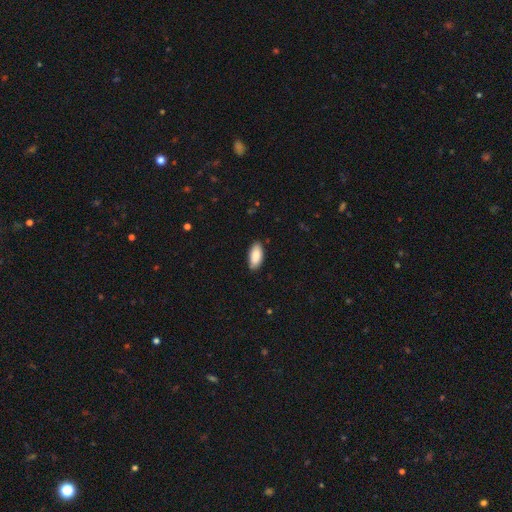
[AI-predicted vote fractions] smooth-or-featured: smooth: 89% | star or artifact: 6% | featured or disk: 5%
  how-rounded: in between: 90% | cigar-shaped: 8% | round: 2%
  merging: none: 85% | minor disturbance: 12% | major disturbance: 2% | merger: 1%